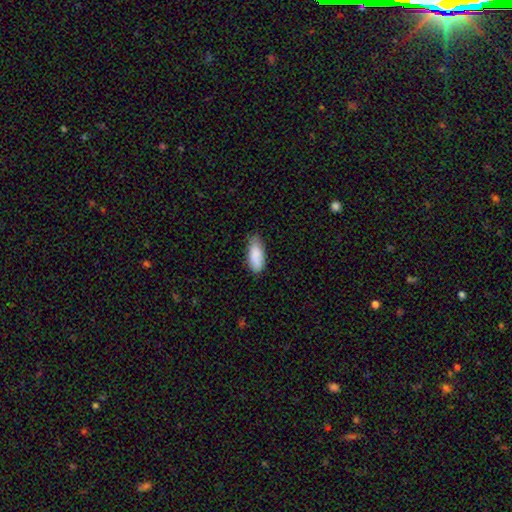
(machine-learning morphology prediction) smooth-or-featured: smooth: 88% | star or artifact: 6% | featured or disk: 6%
  how-rounded: in between: 80% | cigar-shaped: 18% | round: 2%
  merging: none: 69% | minor disturbance: 25% | major disturbance: 4% | merger: 1%